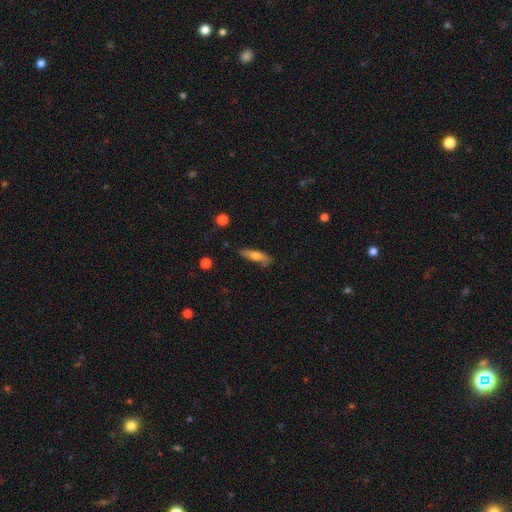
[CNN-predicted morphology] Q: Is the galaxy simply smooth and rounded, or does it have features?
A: smooth — 64%.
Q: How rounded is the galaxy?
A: cigar-shaped — 66%.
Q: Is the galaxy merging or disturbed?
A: none — 76%.